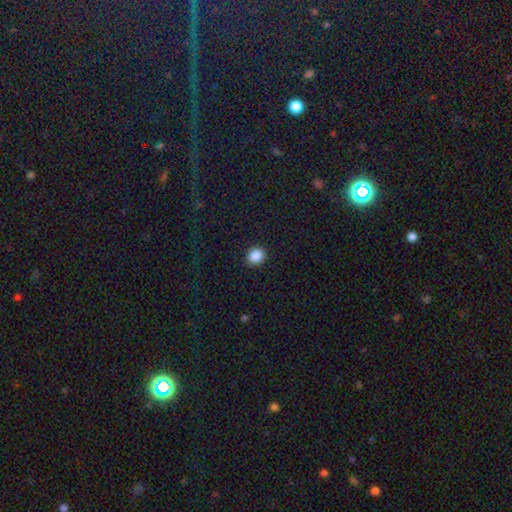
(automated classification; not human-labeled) Smooth or featured? smooth (88%)
How rounded? round (76%)
Merging? none (91%)